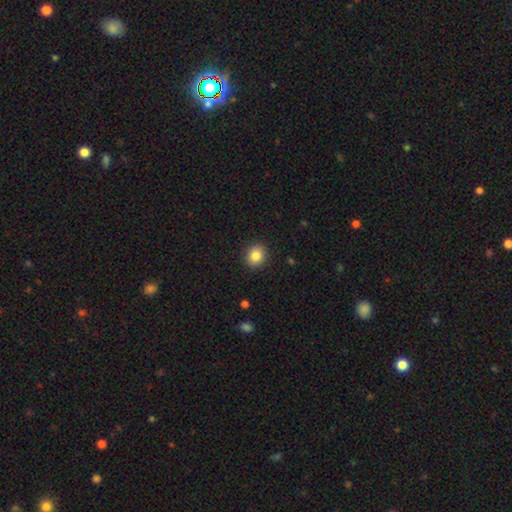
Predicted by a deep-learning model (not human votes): The model was most divided on "how rounded": round: 78%, in between: 21%, cigar-shaped: 1%. More confident: merging — none (91%); smooth or featured — smooth (84%).